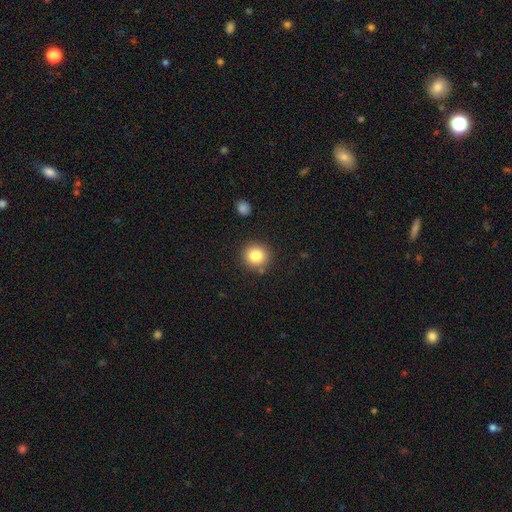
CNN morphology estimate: Q: Smooth or featured?
A: smooth (82%); runner-up: star or artifact (11%)
Q: How rounded?
A: round (92%); runner-up: in between (7%)
Q: Merging?
A: none (86%); runner-up: minor disturbance (8%)